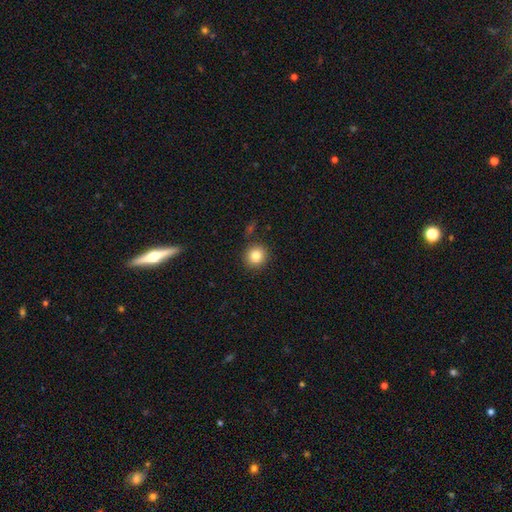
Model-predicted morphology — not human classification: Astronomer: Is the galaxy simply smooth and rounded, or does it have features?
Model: smooth — 83%.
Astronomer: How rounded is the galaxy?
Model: round — 91%.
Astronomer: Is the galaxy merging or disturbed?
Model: none — 87%.